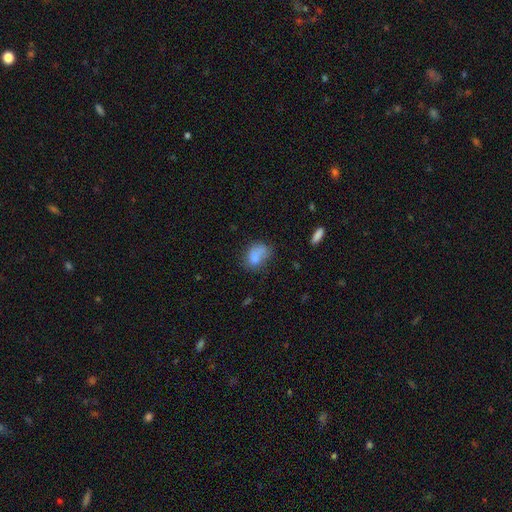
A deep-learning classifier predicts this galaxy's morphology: smooth_or_featured: smooth (p=0.75) [alt: featured or disk p=0.15]
how_rounded: in between (p=0.69) [alt: round p=0.29]
merging: none (p=0.38) [alt: minor disturbance p=0.28]